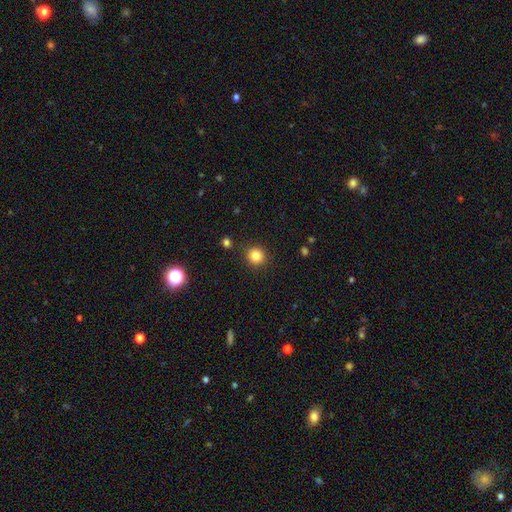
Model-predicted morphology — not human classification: smooth 84%, star or artifact 11%, featured or disk 5%. Down the decision tree: how rounded — round (91%); merging — none (90%).